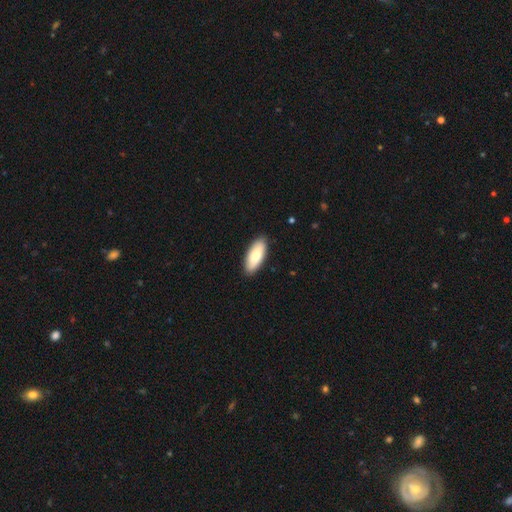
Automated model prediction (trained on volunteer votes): smooth 82%, featured or disk 13%, star or artifact 5%. Down the decision tree: how rounded — in between (79%); merging — none (89%).